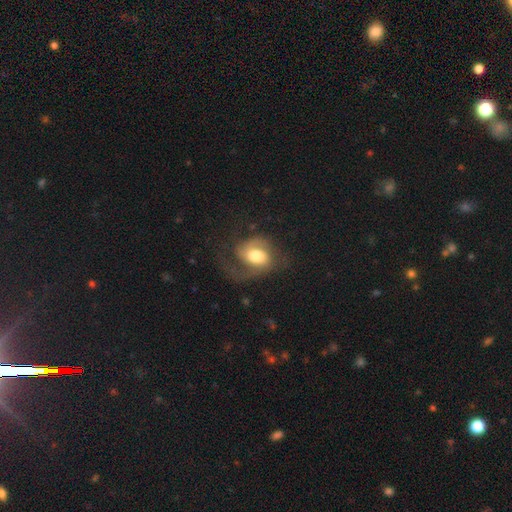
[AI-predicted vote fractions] Smooth or featured?
  - featured or disk: 67% *
  - smooth: 27%
  - star or artifact: 7%
Edge-on disk?
  - no: 97% *
  - yes: 3%
Bar?
  - no: 59% *
  - weak: 31%
  - strong: 10%
Spiral arms?
  - yes: 90% *
  - no: 10%
Spiral winding?
  - medium: 46% *
  - loose: 33%
  - tight: 21%
Spiral arm count?
  - 2: 57% *
  - 1: 30%
  - can't tell: 7%
  - 3: 3%
  - 4: 1%
  - more than 4: 1%
Bulge size?
  - moderate: 56% *
  - large: 32%
  - small: 7%
  - dominant: 4%
  - none: 1%
Merging?
  - none: 46% *
  - major disturbance: 31%
  - minor disturbance: 20%
  - merger: 2%